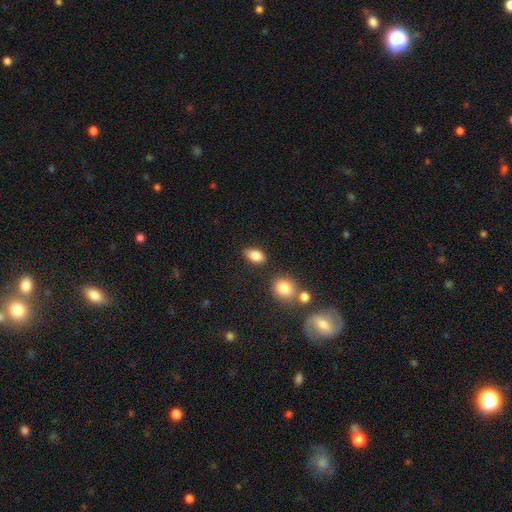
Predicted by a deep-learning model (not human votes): The model was most divided on "merging": none: 80%, minor disturbance: 11%, merger: 5%, major disturbance: 3%. More confident: how rounded — in between (85%); smooth or featured — smooth (84%).